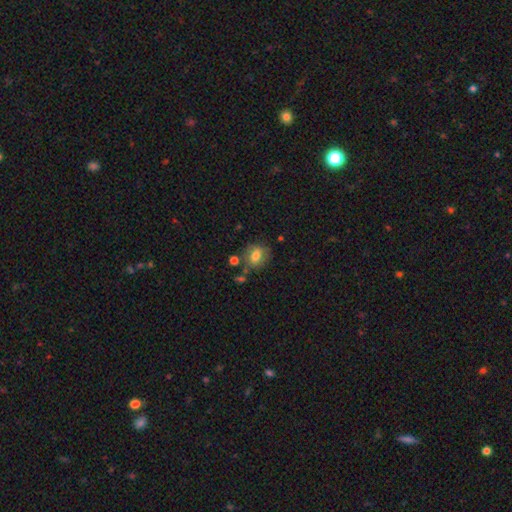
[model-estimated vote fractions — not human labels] smooth_or_featured: smooth (p=0.74) [alt: featured or disk p=0.16]
how_rounded: in between (p=0.53) [alt: round p=0.46]
merging: none (p=0.68) [alt: minor disturbance p=0.18]